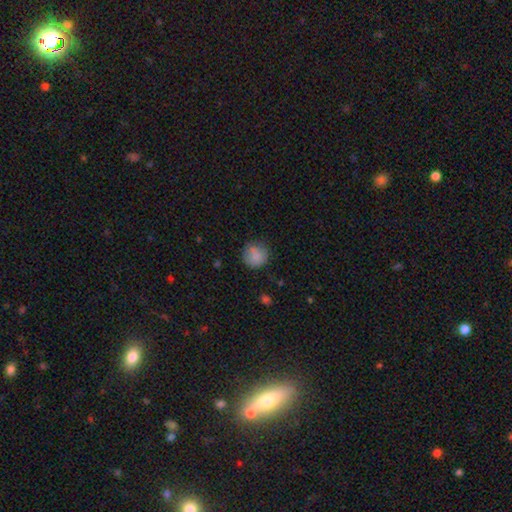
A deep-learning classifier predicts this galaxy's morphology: Smooth or featured?
  - smooth: 84% *
  - featured or disk: 8%
  - star or artifact: 8%
How rounded?
  - round: 90% *
  - in between: 9%
  - cigar-shaped: 1%
Merging?
  - none: 73% *
  - minor disturbance: 18%
  - merger: 5%
  - major disturbance: 5%